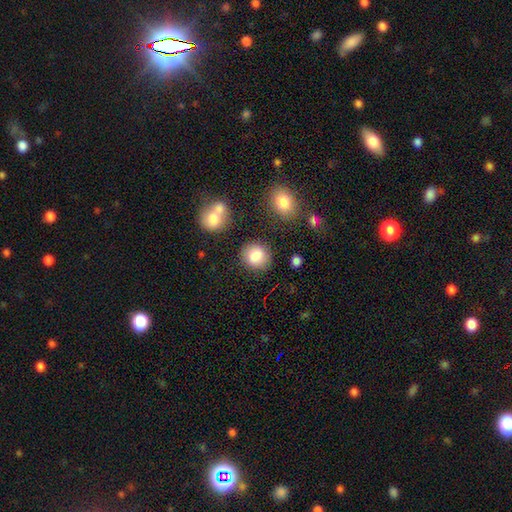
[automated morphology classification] The model was most divided on "how rounded": round: 83%, in between: 16%, cigar-shaped: 1%. More confident: smooth or featured — smooth (85%); merging — none (82%).